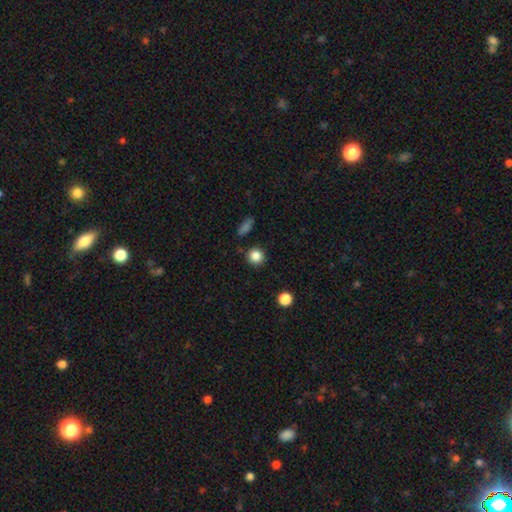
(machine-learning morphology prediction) smooth 85%, star or artifact 10%, featured or disk 4%. Down the decision tree: how rounded — round (90%); merging — none (87%).